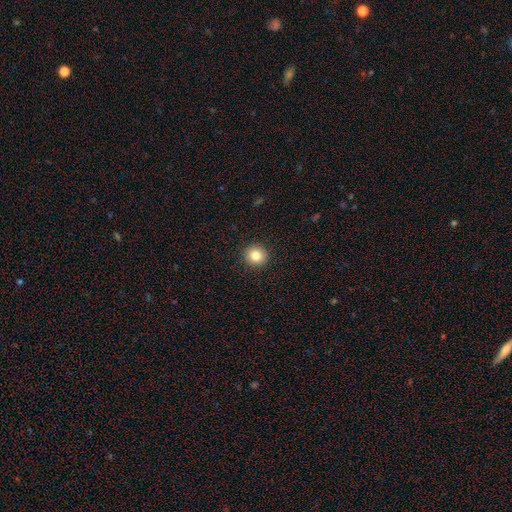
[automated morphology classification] This appears to be a smooth galaxy with no disk features (83%) that is round (94%). Merging: none (92%).